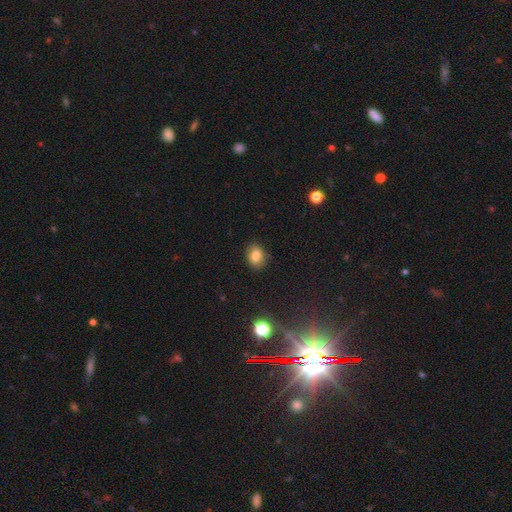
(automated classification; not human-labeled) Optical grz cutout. It shows a smooth galaxy with no disk features (80%) that is in between round and cigar-shaped (62%). Merging: none (87%).